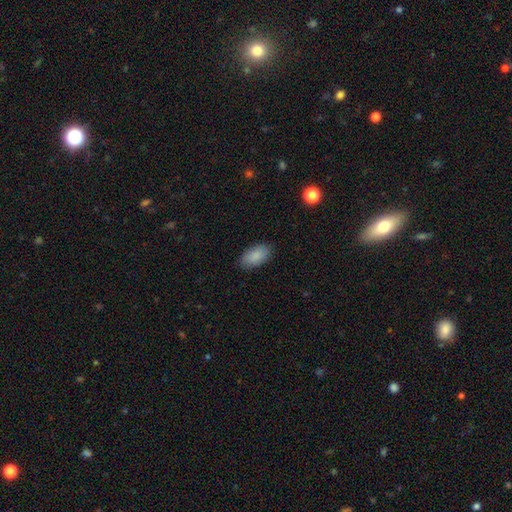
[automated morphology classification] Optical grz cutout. It shows a smooth galaxy with no disk features (89%) that is in between round and cigar-shaped (95%). Merging: none (87%).